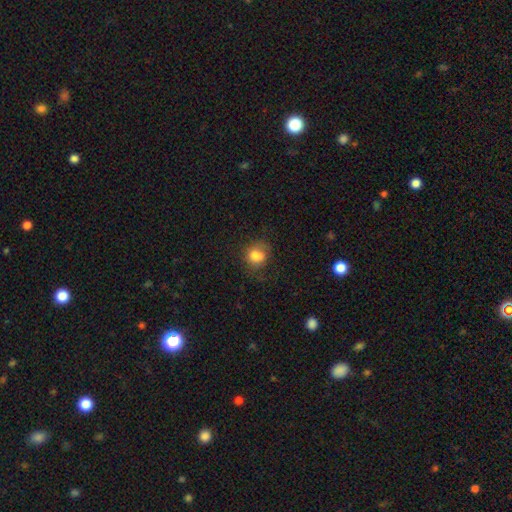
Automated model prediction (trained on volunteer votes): Morphology: type=smooth (78%); roundness=round (66%); merging=none (59%).